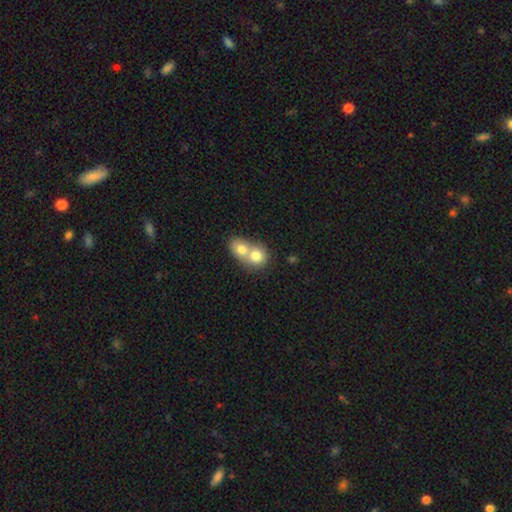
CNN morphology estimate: Q: Smooth or featured?
A: smooth (73%); runner-up: featured or disk (19%)
Q: How rounded?
A: round (66%); runner-up: in between (33%)
Q: Merging?
A: merger (76%); runner-up: none (18%)